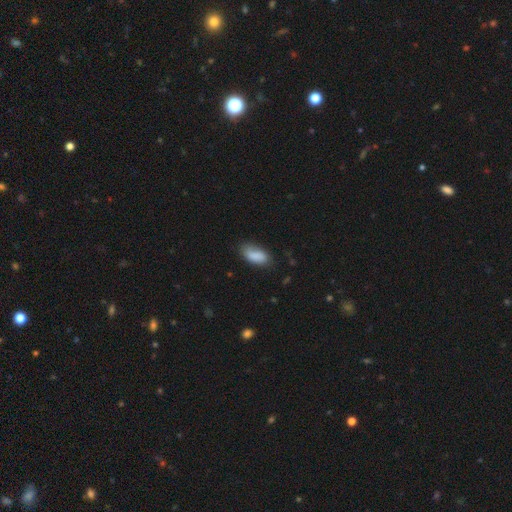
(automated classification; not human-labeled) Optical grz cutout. It shows a smooth galaxy with no disk features (85%) that is in between round and cigar-shaped (91%). Merging: none (67%).